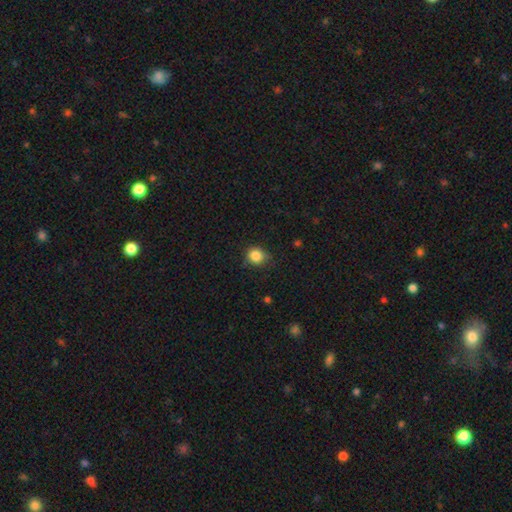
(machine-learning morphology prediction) The model was most divided on "merging": none: 71%, minor disturbance: 23%, major disturbance: 5%, merger: 1%. More confident: smooth or featured — smooth (85%); how rounded — round (81%).